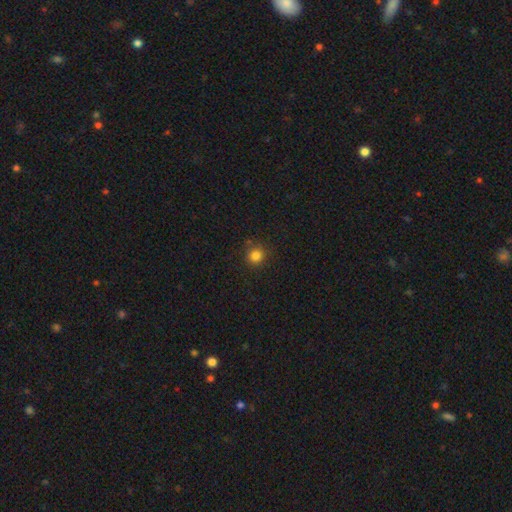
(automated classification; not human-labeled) The model was most divided on "smooth or featured": smooth: 82%, star or artifact: 13%, featured or disk: 4%. More confident: how rounded — round (93%); merging — none (85%).